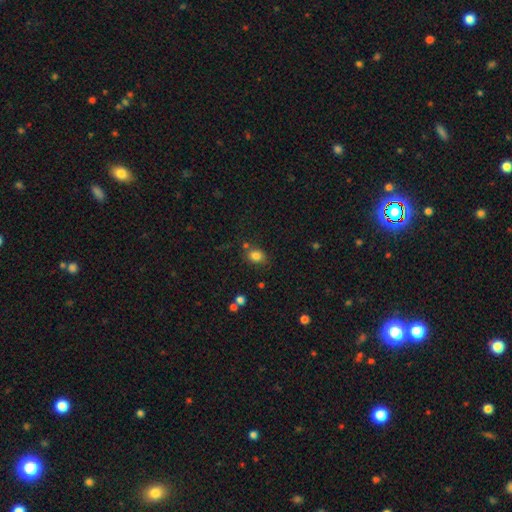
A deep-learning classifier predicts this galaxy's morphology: This is clearly a smooth galaxy (82%). How rounded: possibly in between (54%). Merging: likely none (70%).